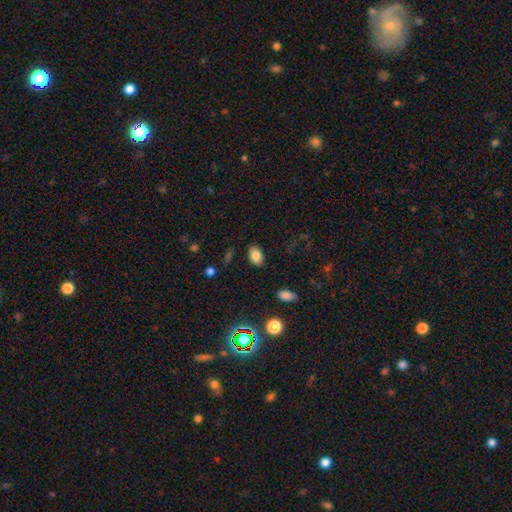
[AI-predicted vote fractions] A smooth galaxy with no disk features (82%) that is in between round and cigar-shaped (86%). Merging: none (84%).